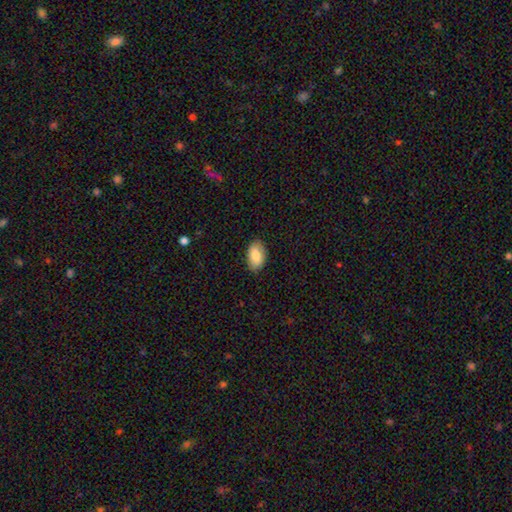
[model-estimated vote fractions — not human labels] Morphology: type=smooth (85%); roundness=in between (93%); merging=none (87%).